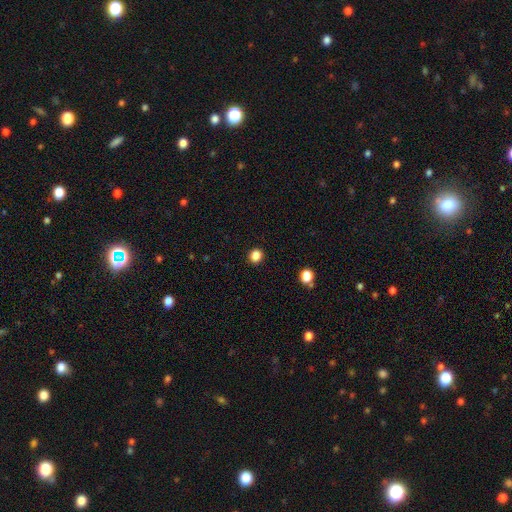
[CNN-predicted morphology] This is clearly a smooth galaxy (85%). How rounded: likely round (80%). Merging: clearly none (92%).